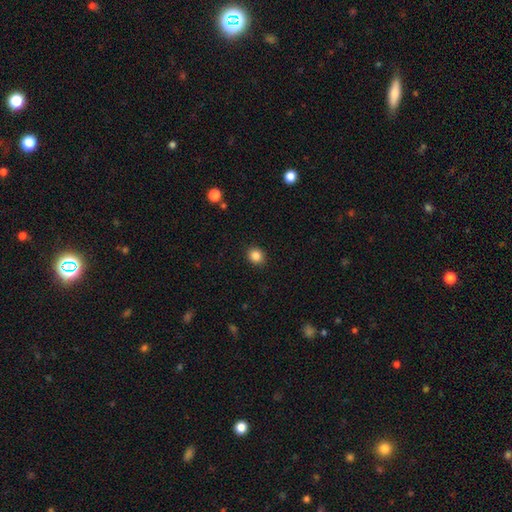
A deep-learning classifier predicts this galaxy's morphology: smooth 86%, star or artifact 10%, featured or disk 4%. Down the decision tree: how rounded — round (73%); merging — none (91%).